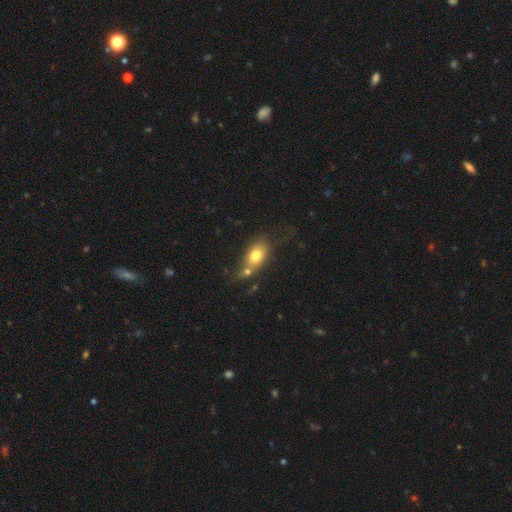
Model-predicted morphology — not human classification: Q: Smooth or featured?
A: smooth (75%); runner-up: featured or disk (17%)
Q: How rounded?
A: in between (74%); runner-up: round (22%)
Q: Merging?
A: none (39%); runner-up: merger (32%)